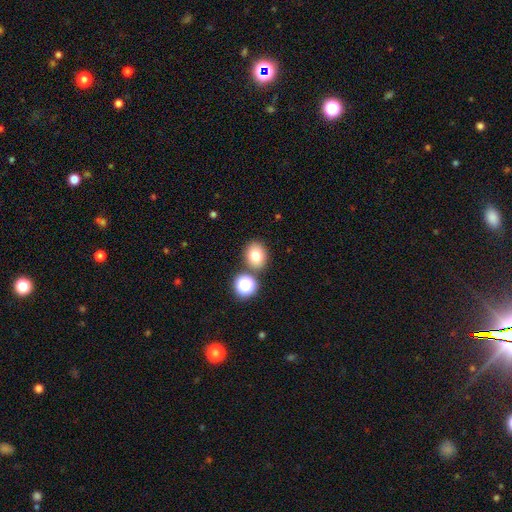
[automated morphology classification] Smooth or featured: smooth — 77% (star or artifact — 14%)
How rounded: round — 60% (in between — 39%)
Merging: none — 77% (merger — 10%)